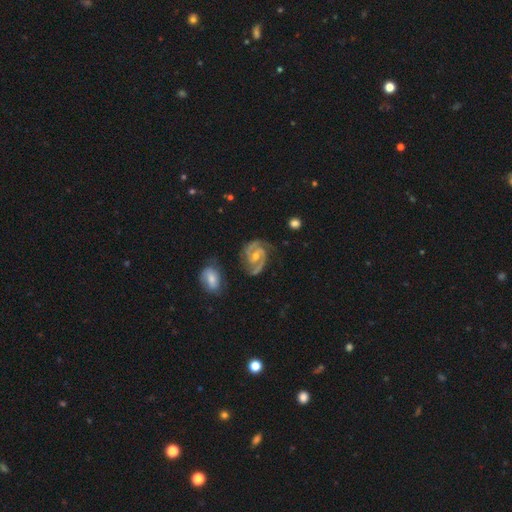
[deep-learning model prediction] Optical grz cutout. It shows a featured or disk galaxy (90%) with a weak bar (42%), 2 (88%) medium (50%) spiral arms (98%) and a moderate central bulge (59%). Merging: none (72%).